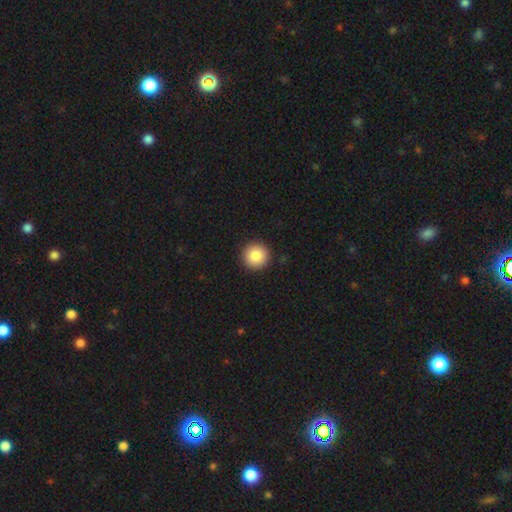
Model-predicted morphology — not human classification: smooth 87%, star or artifact 8%, featured or disk 5%. Down the decision tree: how rounded — round (96%); merging — none (93%).